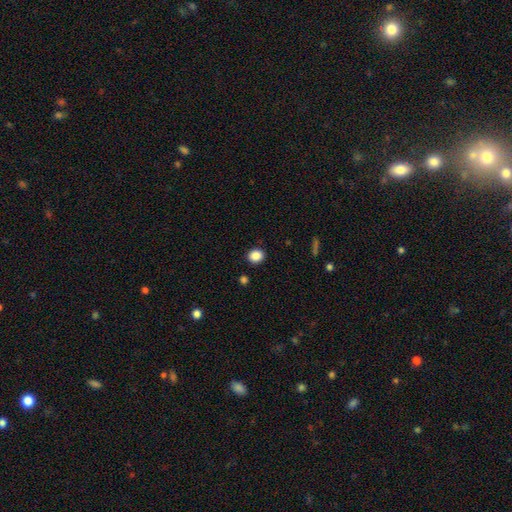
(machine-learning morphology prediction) Smooth or featured? smooth (87%)
How rounded? round (76%)
Merging? none (90%)